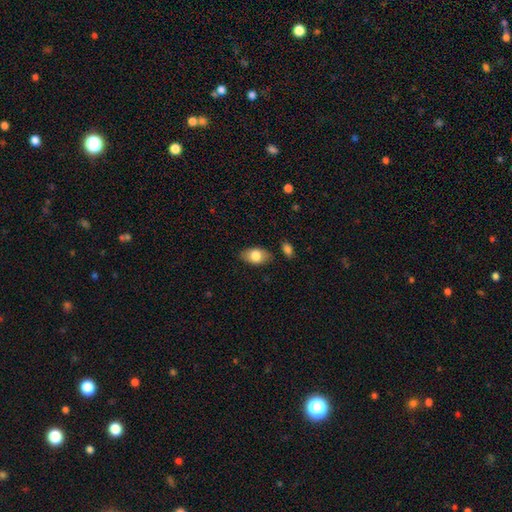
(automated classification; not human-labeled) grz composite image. It shows a smooth galaxy with no disk features (78%) that is in between round and cigar-shaped (91%). Merging: none (82%).